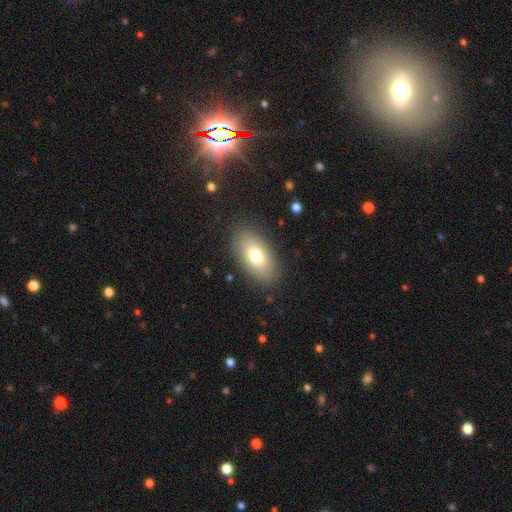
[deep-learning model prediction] This is likely a smooth galaxy (75%). How rounded: clearly in between (92%). Merging: clearly none (86%).